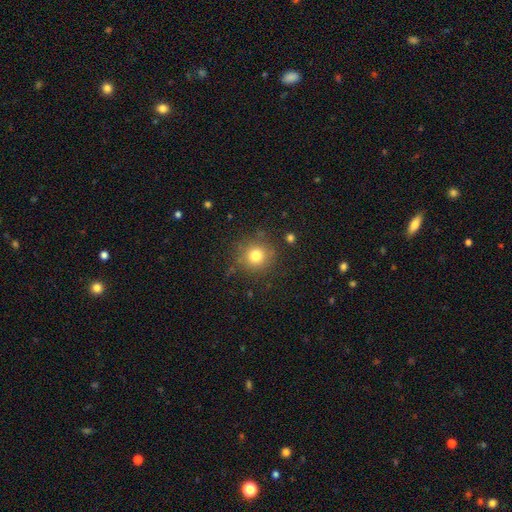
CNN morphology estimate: This is likely a smooth galaxy (79%). How rounded: clearly round (92%). Merging: clearly none (84%).